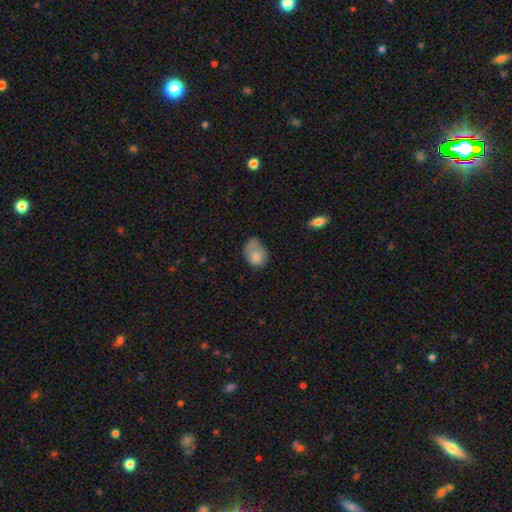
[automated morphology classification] This is likely a smooth galaxy (76%). How rounded: likely in between (72%). Merging: marginally minor disturbance (36%).